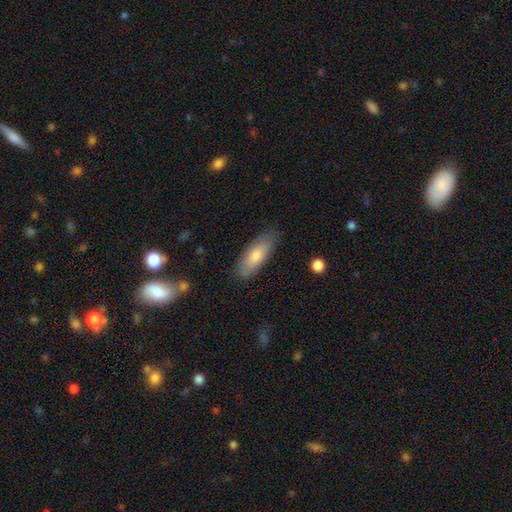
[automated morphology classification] Q: Smooth or featured?
A: smooth (76%); runner-up: featured or disk (18%)
Q: How rounded?
A: in between (65%); runner-up: cigar-shaped (33%)
Q: Merging?
A: none (82%); runner-up: minor disturbance (14%)